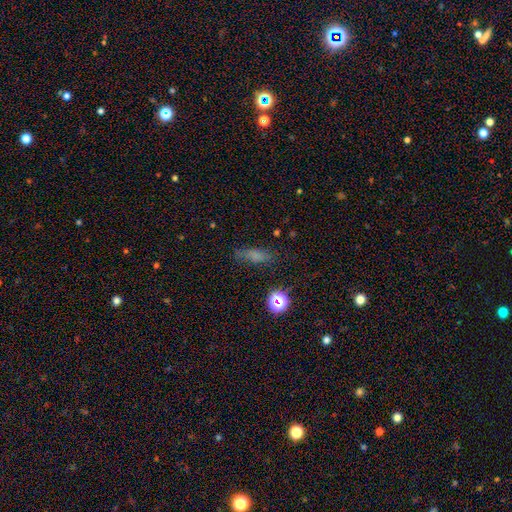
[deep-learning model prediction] smooth-or-featured: smooth: 66% | star or artifact: 20% | featured or disk: 15%
  how-rounded: in between: 53% | cigar-shaped: 39% | round: 8%
  merging: none: 69% | minor disturbance: 20% | major disturbance: 7% | merger: 3%